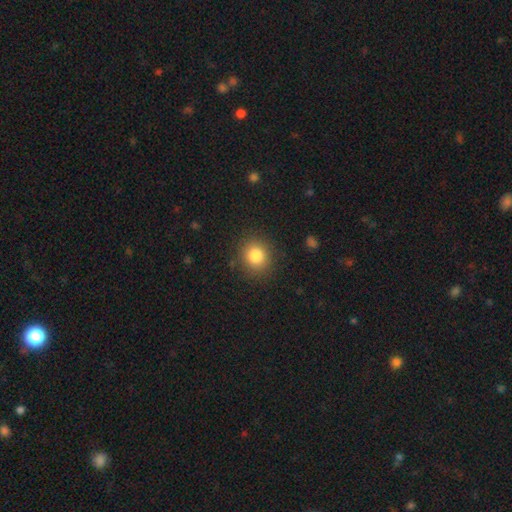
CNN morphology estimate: Smooth or featured: smooth — 82% (star or artifact — 11%)
How rounded: round — 84% (in between — 15%)
Merging: none — 87% (minor disturbance — 8%)